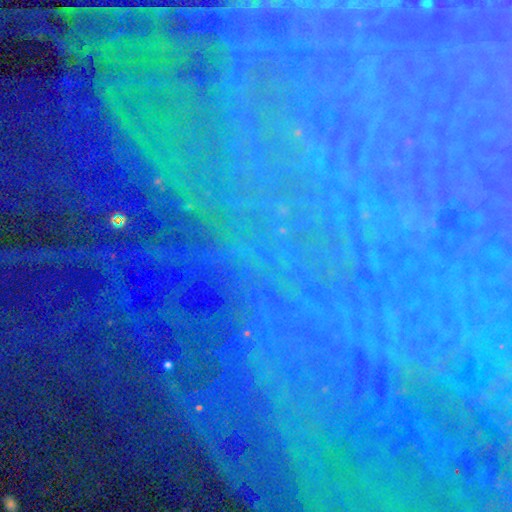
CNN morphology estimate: A star or artifact, not a galaxy (84%).

Vote fractions:
- Smooth or featured? star or artifact: 84% / featured or disk: 9% / smooth: 7%